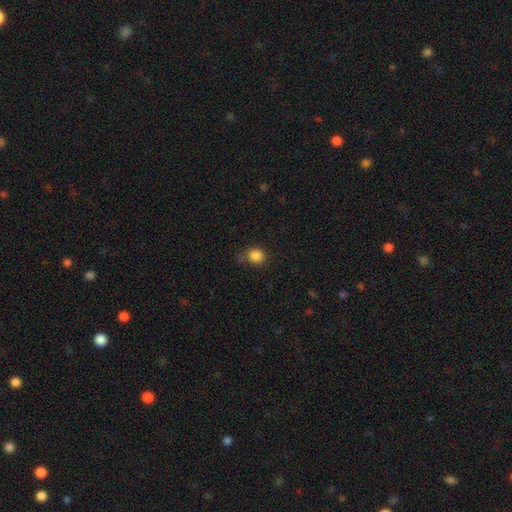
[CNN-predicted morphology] Q: Smooth or featured?
A: smooth (85%); runner-up: star or artifact (11%)
Q: How rounded?
A: round (78%); runner-up: in between (21%)
Q: Merging?
A: none (61%); runner-up: minor disturbance (26%)